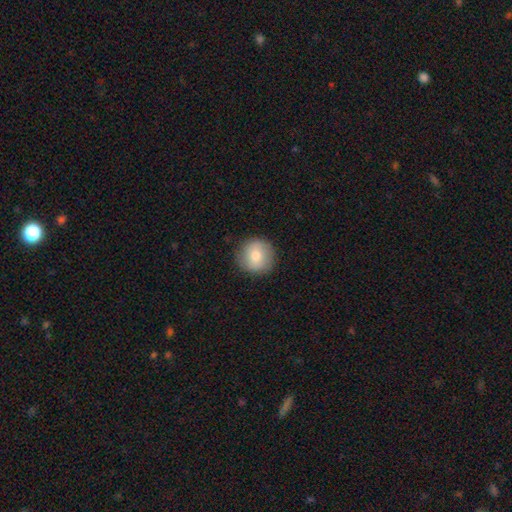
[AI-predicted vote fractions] Overall: smooth (75%). How rounded: round (94%). Merging: none (88%).